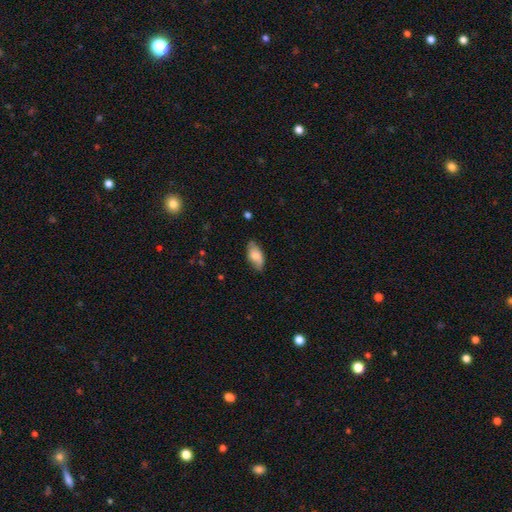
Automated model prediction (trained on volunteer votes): smooth-or-featured: smooth: 72% | featured or disk: 21% | star or artifact: 7%
  how-rounded: in between: 90% | cigar-shaped: 7% | round: 3%
  merging: none: 75% | minor disturbance: 20% | major disturbance: 4% | merger: 1%